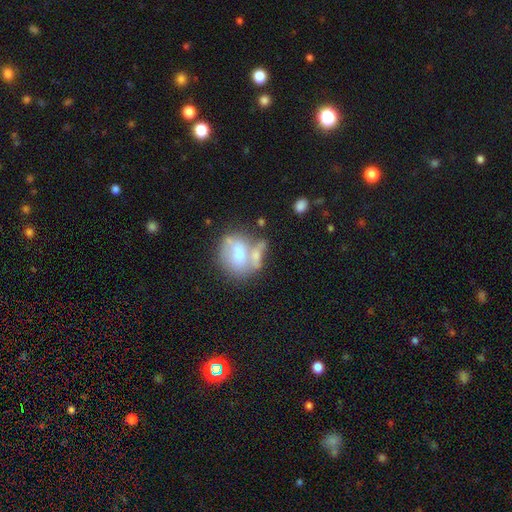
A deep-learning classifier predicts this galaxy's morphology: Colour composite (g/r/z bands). It shows a smooth galaxy with no disk features (51%) that is in between round and cigar-shaped (55%). Merging: merger (47%).